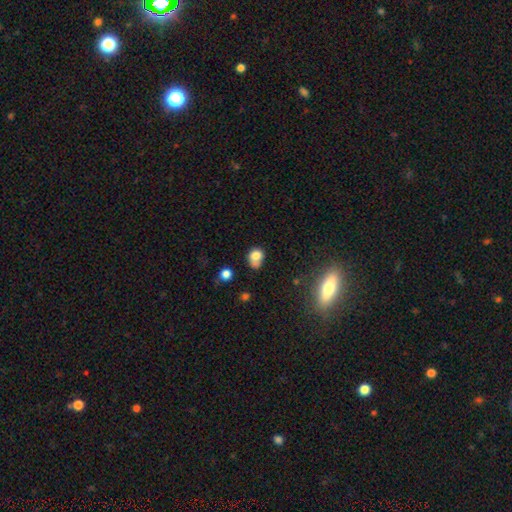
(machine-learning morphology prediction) Smooth or featured? smooth (75%)
How rounded? in between (50%)
Merging? none (37%)